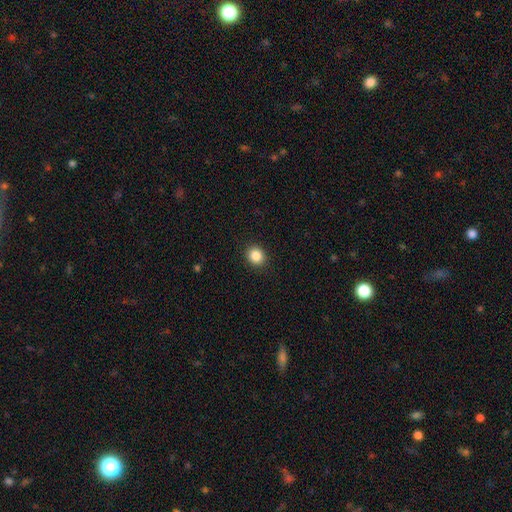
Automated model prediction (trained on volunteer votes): Overall: smooth (86%). How rounded: round (78%). Merging: none (91%).